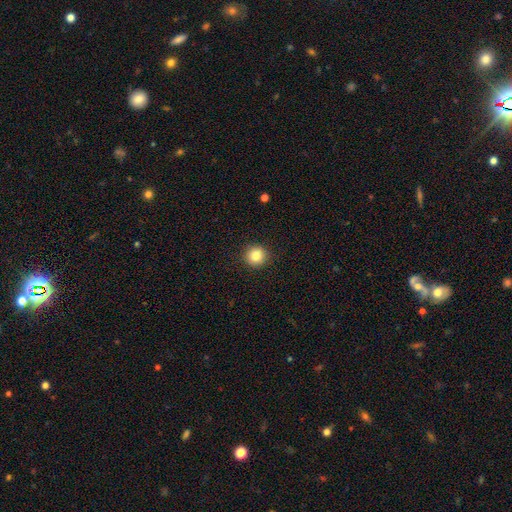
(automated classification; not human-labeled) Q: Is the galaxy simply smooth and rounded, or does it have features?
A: smooth — 84%.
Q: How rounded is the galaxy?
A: round — 94%.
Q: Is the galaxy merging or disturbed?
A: none — 92%.